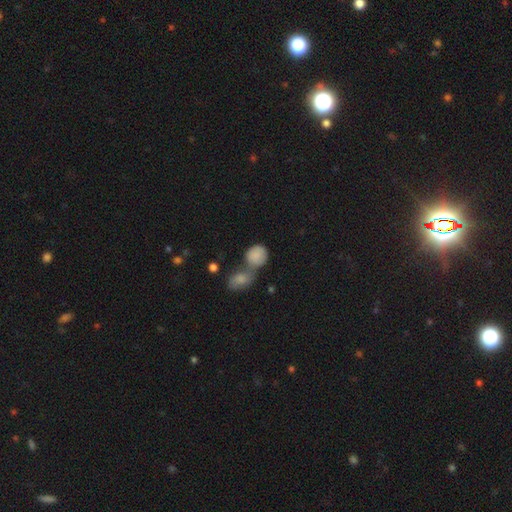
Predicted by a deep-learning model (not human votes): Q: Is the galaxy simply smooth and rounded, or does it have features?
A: smooth — 83%.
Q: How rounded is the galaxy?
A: round — 65%.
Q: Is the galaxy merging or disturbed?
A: merger — 59%.